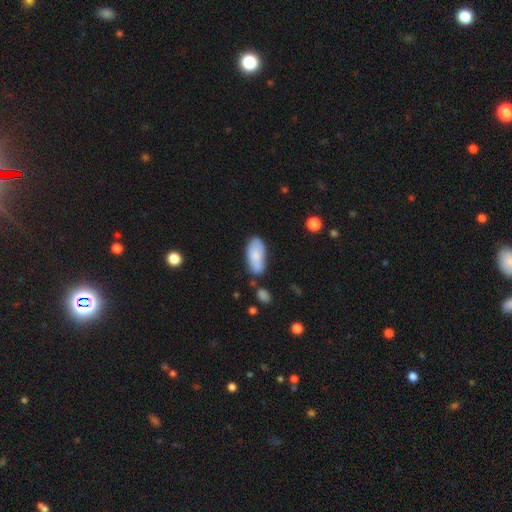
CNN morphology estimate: Smooth or featured: smooth — 79% (featured or disk — 14%)
How rounded: in between — 88% (cigar-shaped — 10%)
Merging: none — 62% (minor disturbance — 23%)